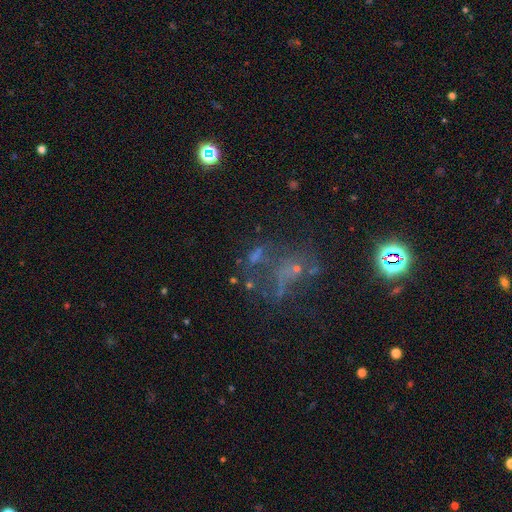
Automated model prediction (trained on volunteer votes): featured or disk 38%, star or artifact 35%, smooth 27%. Down the decision tree: merging — none (38%).